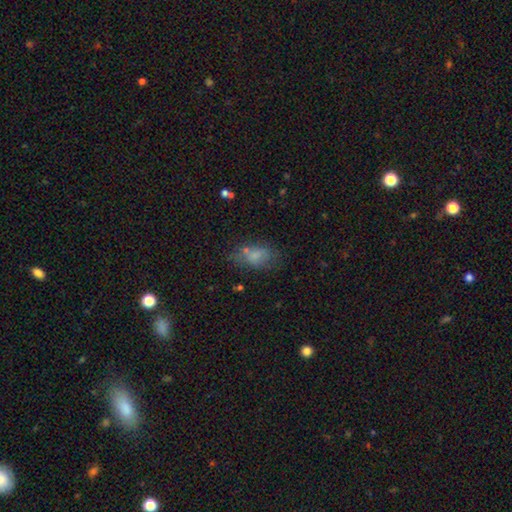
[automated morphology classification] The model was most divided on "merging": none: 49%, minor disturbance: 24%, major disturbance: 15%, merger: 12%. More confident: how rounded — in between (86%); smooth or featured — smooth (68%).